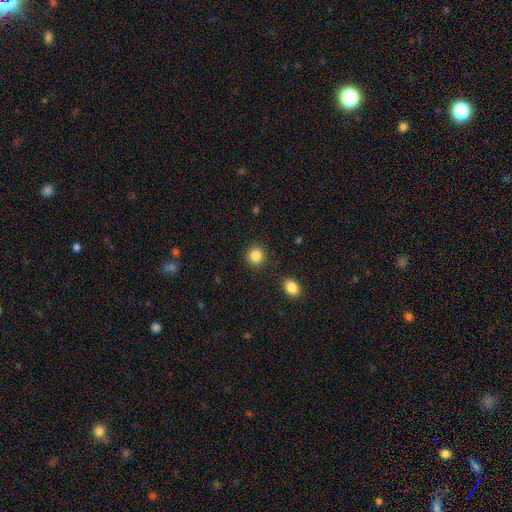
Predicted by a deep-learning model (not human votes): A smooth galaxy with no disk features (86%) that is round (90%).

Vote fractions:
- Smooth or featured? smooth: 86% / star or artifact: 10% / featured or disk: 4%
- How rounded? round: 90% / in between: 9% / cigar-shaped: 1%
- Merging? none: 90% / minor disturbance: 6% / major disturbance: 2% / merger: 2%